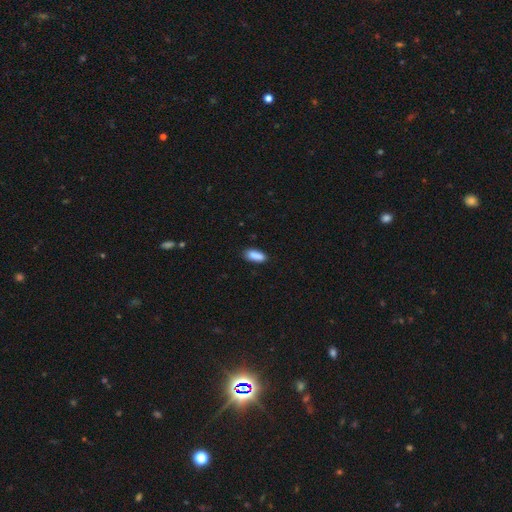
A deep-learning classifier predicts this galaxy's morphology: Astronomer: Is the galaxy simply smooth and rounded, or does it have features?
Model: smooth — 89%.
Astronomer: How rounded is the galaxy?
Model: in between — 80%.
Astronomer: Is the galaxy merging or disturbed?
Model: none — 80%.